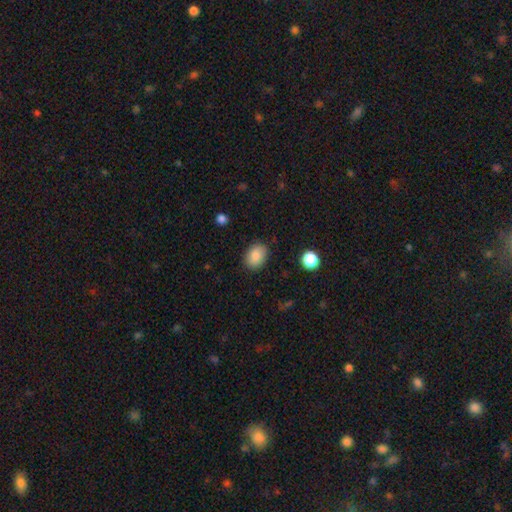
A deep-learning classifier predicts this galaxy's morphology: Q: Smooth or featured?
A: smooth (86%); runner-up: star or artifact (8%)
Q: How rounded?
A: in between (70%); runner-up: round (29%)
Q: Merging?
A: none (84%); runner-up: minor disturbance (12%)